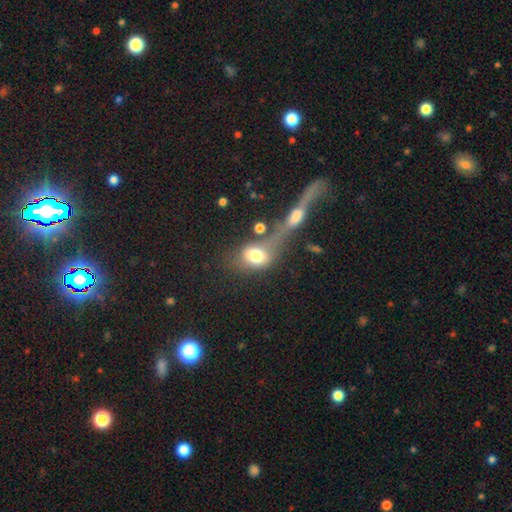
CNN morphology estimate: Overall: smooth (68%). How rounded: in between (68%; round 28%). Merging: merger (42%; none 28%).